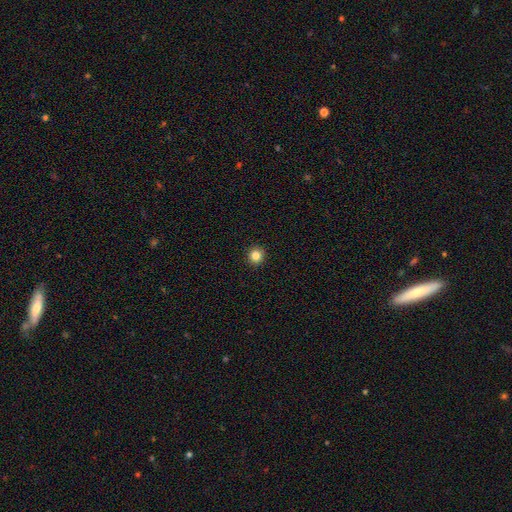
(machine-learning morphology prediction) smooth_or_featured: smooth (p=0.84) [alt: star or artifact p=0.11]
how_rounded: round (p=0.94) [alt: in between p=0.06]
merging: none (p=0.93) [alt: minor disturbance p=0.04]